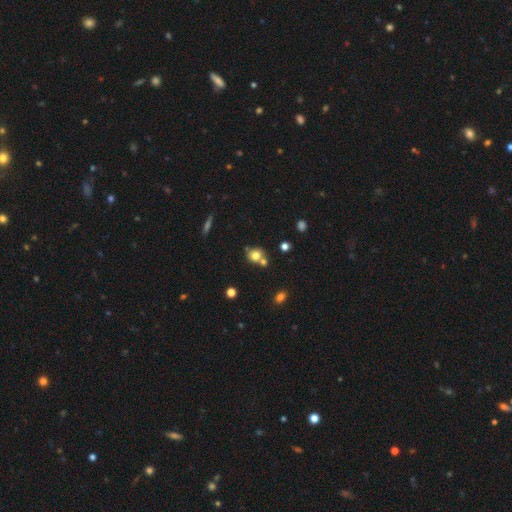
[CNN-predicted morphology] The model was most divided on "merging": none: 52%, merger: 34%, minor disturbance: 11%, major disturbance: 4%. More confident: how rounded — round (78%); smooth or featured — smooth (74%).